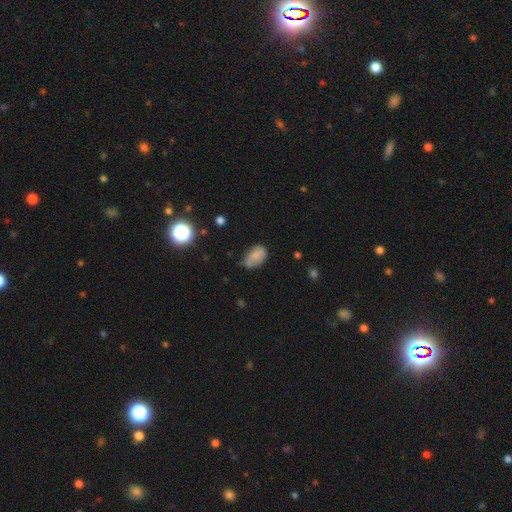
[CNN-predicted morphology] Overall: smooth (74%). How rounded: in between (87%). Merging: none (50%; minor disturbance 35%).